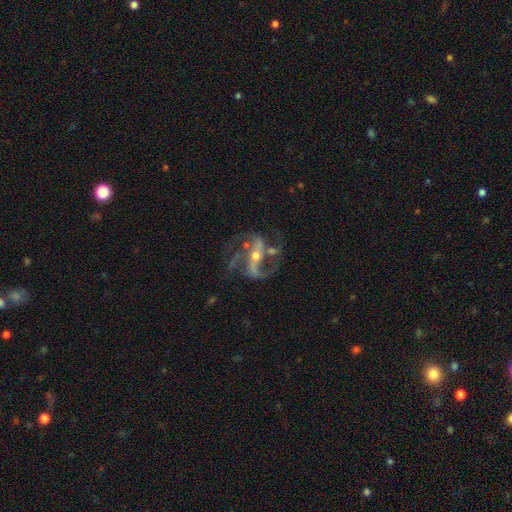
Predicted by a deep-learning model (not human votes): The model was most divided on "bulge size" (2-way tie): small: 48%, moderate: 48%, large: 2%, none: 2%, dominant: 1%. Remaining: spiral arms — yes (97%); edge-on disk — no (96%); smooth or featured — featured or disk (90%); merging — none (57%); bar — strong (54%); spiral winding — medium (48%); spiral arm count — 2 (47%).